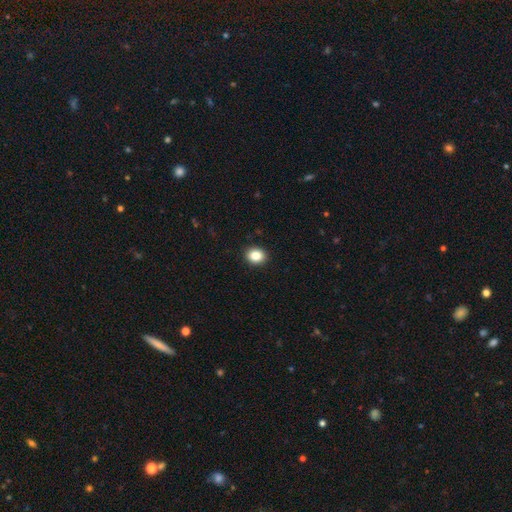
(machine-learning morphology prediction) This appears to be a smooth galaxy with no disk features (86%) that is round (62%). Merging: none (92%).